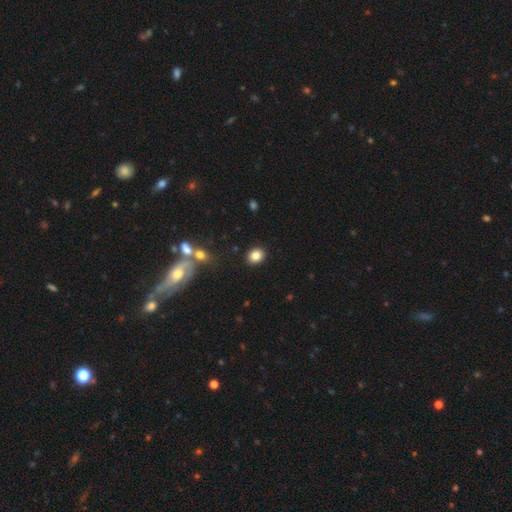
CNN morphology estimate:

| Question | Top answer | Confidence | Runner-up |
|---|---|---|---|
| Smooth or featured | smooth | 84% | star or artifact (10%) |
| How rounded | round | 62% | in between (37%) |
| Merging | none | 88% | minor disturbance (7%) |